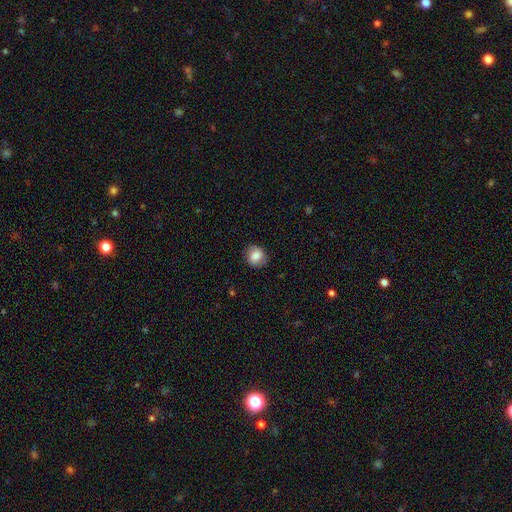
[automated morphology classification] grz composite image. It shows a smooth galaxy with no disk features (79%) that is round (78%). Merging: none (83%).